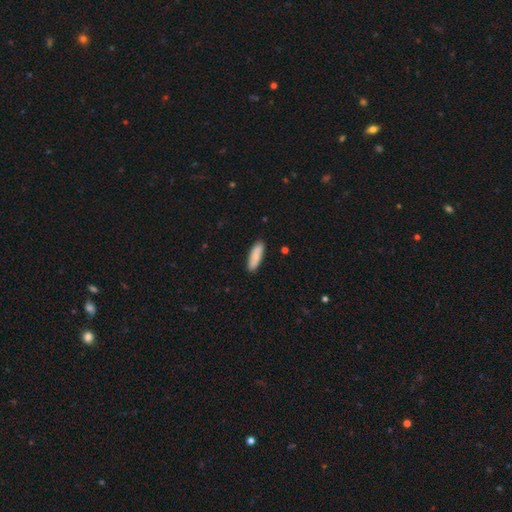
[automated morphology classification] Overall: smooth (83%). How rounded: cigar-shaped (53%; in between 46%). Merging: none (86%).